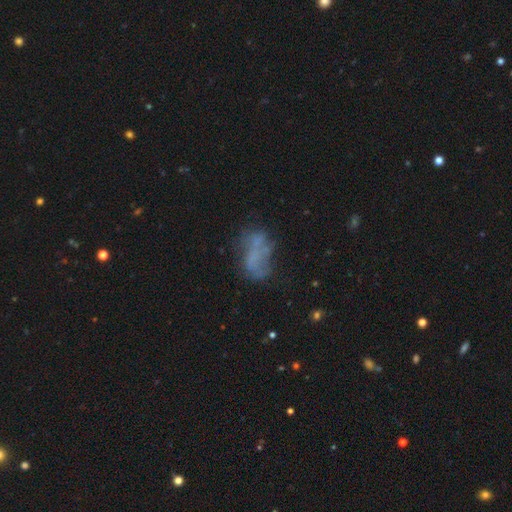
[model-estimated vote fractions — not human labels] Overall: featured or disk (45%; smooth 39%). Merging: none (42%; major disturbance 25%).